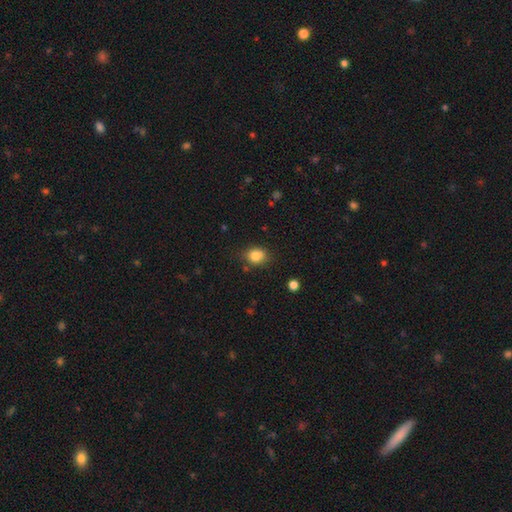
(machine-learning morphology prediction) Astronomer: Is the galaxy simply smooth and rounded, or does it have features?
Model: smooth — 84%.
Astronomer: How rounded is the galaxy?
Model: round — 53% (runner-up: in between, 46%).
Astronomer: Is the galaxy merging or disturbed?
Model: none — 77%.